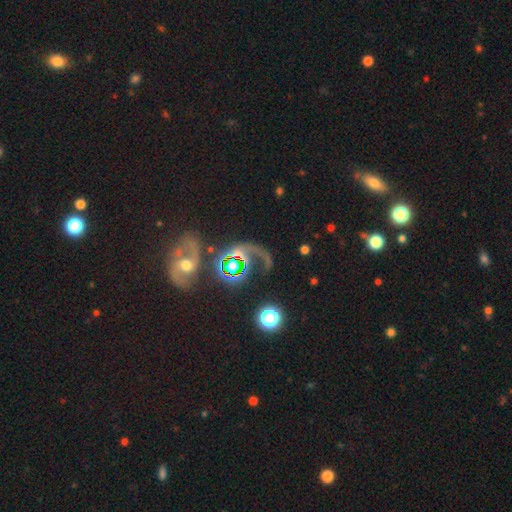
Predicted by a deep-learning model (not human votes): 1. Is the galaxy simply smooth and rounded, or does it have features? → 47% featured or disk, 30% star or artifact, 23% smooth.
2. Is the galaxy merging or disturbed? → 34% none, 33% merger, 20% major disturbance, 13% minor disturbance.